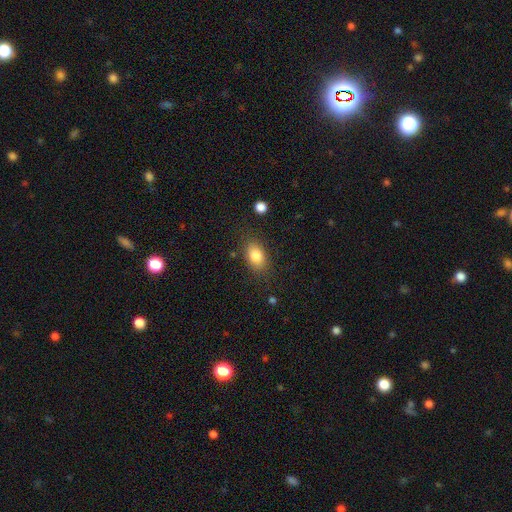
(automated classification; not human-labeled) Overall: smooth (83%). How rounded: in between (84%). Merging: none (81%).